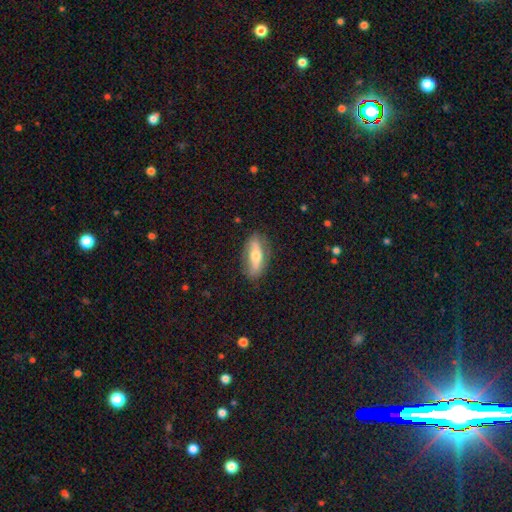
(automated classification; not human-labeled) The model was most divided on "smooth or featured": smooth: 51%, featured or disk: 43%, star or artifact: 6%. More confident: merging — none (80%); how rounded — in between (64%).